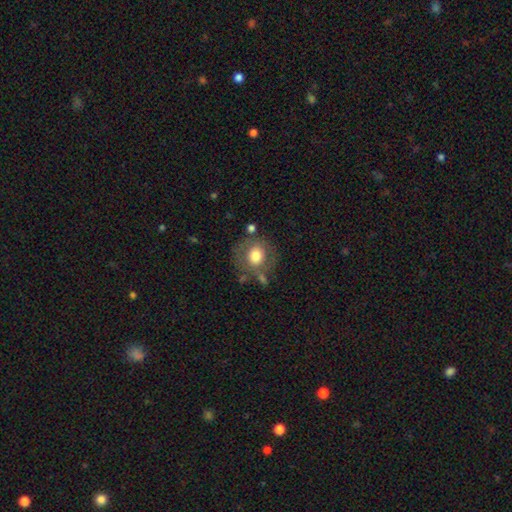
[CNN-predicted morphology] A smooth galaxy with no disk features (69%) that is round (86%). Merging: none (69%).